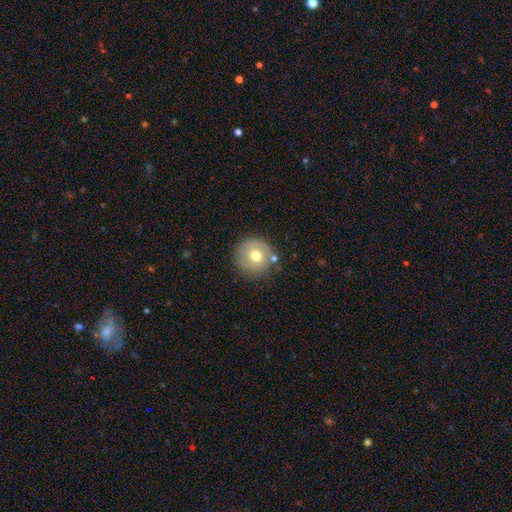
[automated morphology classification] This appears to be a smooth galaxy with no disk features (63%) that is round (92%). Merging: none (78%).